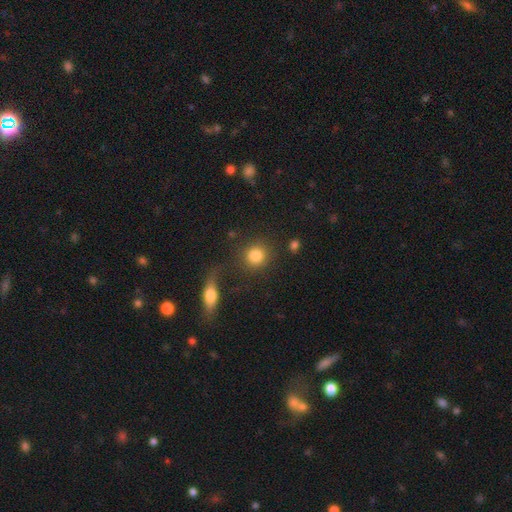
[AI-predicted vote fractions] Smooth or featured: smooth — 84% (star or artifact — 10%)
How rounded: round — 88% (in between — 11%)
Merging: none — 74% (merger — 10%)